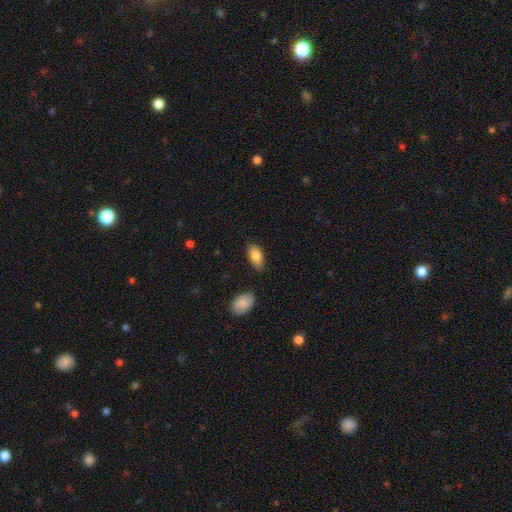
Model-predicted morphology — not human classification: smooth-or-featured: smooth: 84% | featured or disk: 9% | star or artifact: 7%
  how-rounded: in between: 91% | cigar-shaped: 6% | round: 3%
  merging: none: 82% | minor disturbance: 12% | merger: 3% | major disturbance: 3%